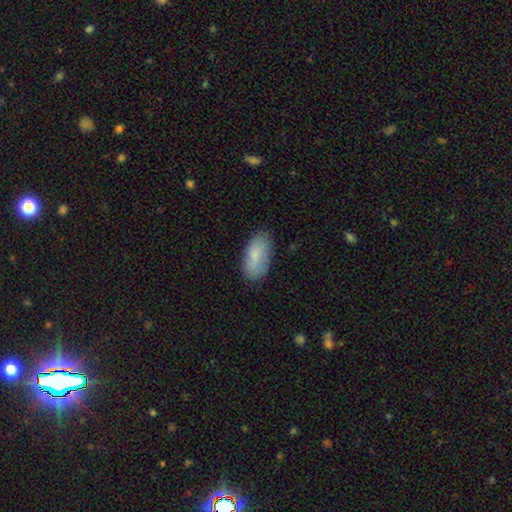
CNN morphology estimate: Smooth or featured: smooth — 84% (featured or disk — 10%)
How rounded: in between — 92% (cigar-shaped — 5%)
Merging: none — 80% (minor disturbance — 16%)